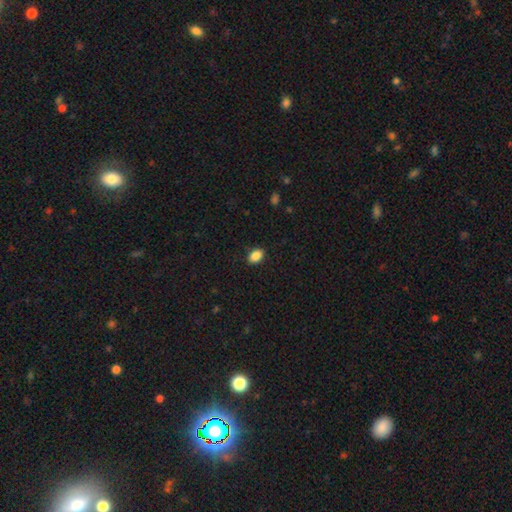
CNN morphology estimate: smooth_or_featured: smooth (p=0.87) [alt: star or artifact p=0.08]
how_rounded: in between (p=0.80) [alt: round p=0.19]
merging: none (p=0.89) [alt: minor disturbance p=0.08]